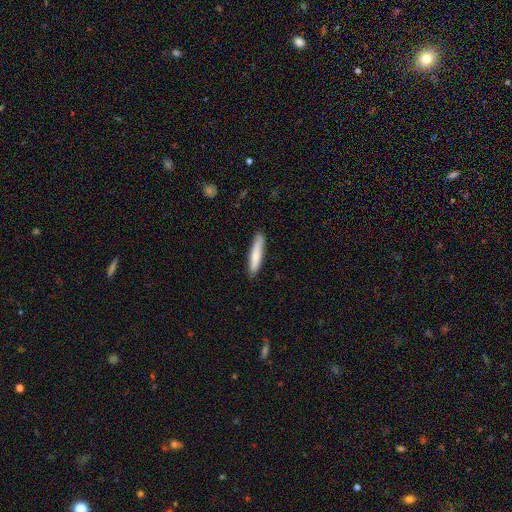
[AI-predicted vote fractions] Smooth or featured: smooth — 75% (featured or disk — 19%)
How rounded: cigar-shaped — 89% (in between — 9%)
Merging: none — 87% (minor disturbance — 10%)